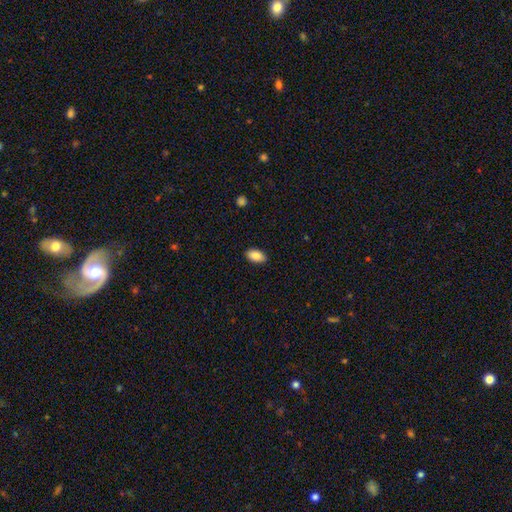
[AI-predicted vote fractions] This appears to be a smooth galaxy with no disk features (88%) that is in between round and cigar-shaped (93%). Merging: none (88%).